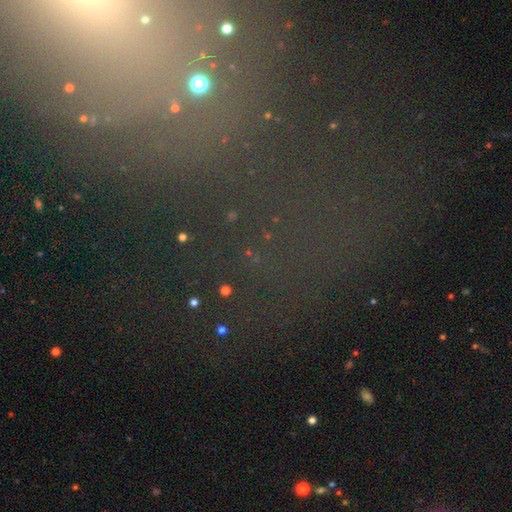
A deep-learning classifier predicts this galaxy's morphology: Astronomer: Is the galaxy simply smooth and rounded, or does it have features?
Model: star or artifact — 65%.